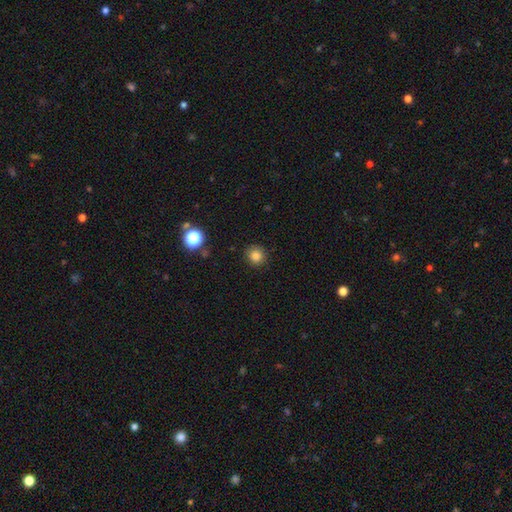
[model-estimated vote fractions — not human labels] Q: Smooth or featured?
A: smooth (82%); runner-up: star or artifact (13%)
Q: How rounded?
A: round (89%); runner-up: in between (10%)
Q: Merging?
A: none (87%); runner-up: minor disturbance (9%)